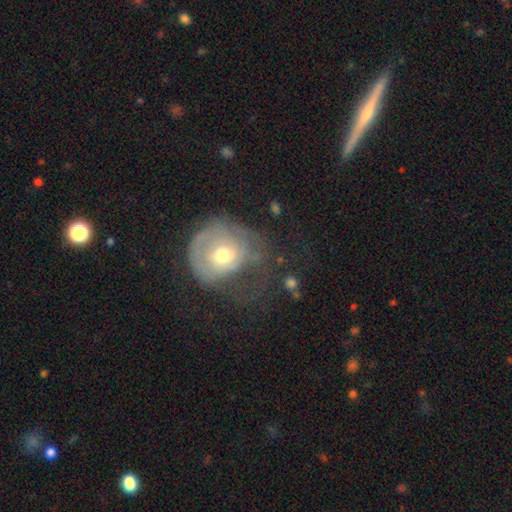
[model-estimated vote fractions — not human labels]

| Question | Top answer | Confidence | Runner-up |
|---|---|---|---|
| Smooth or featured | featured or disk | 49% | smooth (41%) |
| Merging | major disturbance | 37% | tied: none (37%) |